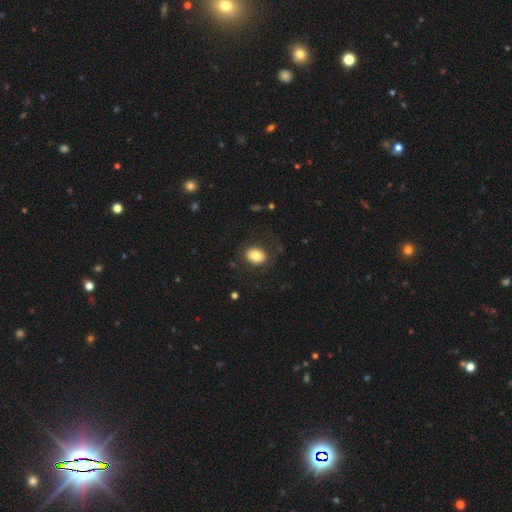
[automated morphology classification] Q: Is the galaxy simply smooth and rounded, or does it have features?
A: smooth — 81%.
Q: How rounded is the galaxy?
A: in between — 51%.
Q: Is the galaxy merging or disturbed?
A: none — 82%.